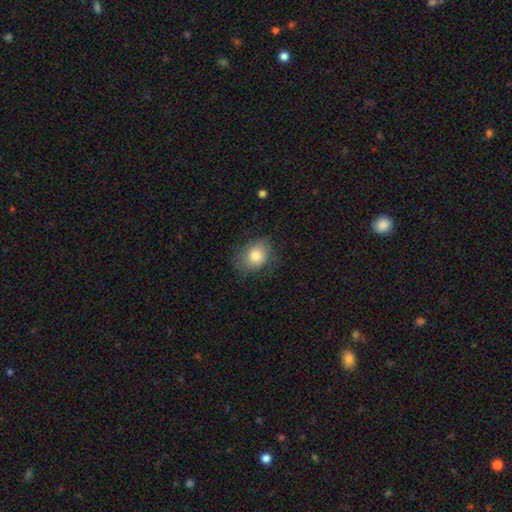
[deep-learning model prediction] smooth_or_featured: smooth (p=0.79) [alt: featured or disk p=0.13]
how_rounded: round (p=0.51) [alt: in between p=0.48]
merging: none (p=0.68) [alt: minor disturbance p=0.22]